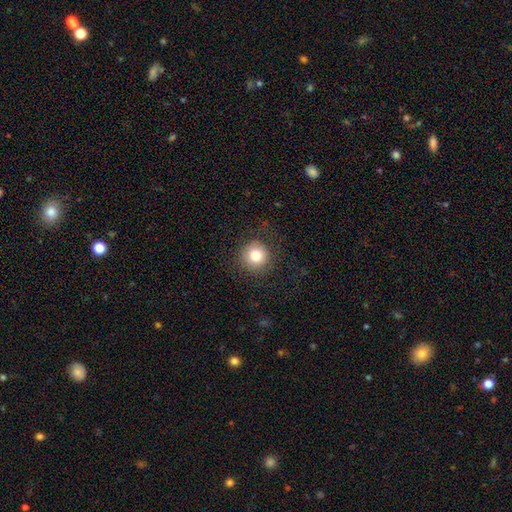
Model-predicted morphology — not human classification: Smooth or featured: smooth — 80% (star or artifact — 11%)
How rounded: round — 94% (in between — 5%)
Merging: none — 87% (minor disturbance — 8%)